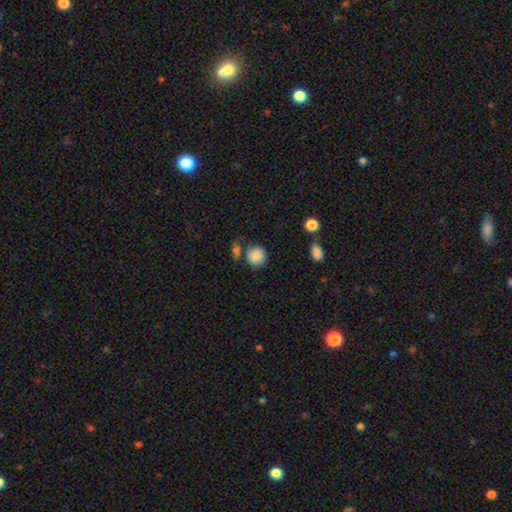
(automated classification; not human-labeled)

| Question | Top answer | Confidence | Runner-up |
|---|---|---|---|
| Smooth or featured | smooth | 87% | star or artifact (9%) |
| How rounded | round | 83% | in between (16%) |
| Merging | none | 68% | minor disturbance (15%) |